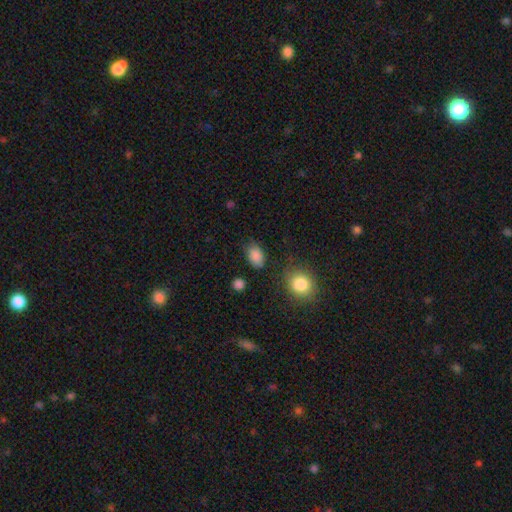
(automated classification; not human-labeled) Smooth or featured: smooth — 87% (star or artifact — 9%)
How rounded: in between — 85% (round — 14%)
Merging: none — 76% (minor disturbance — 17%)